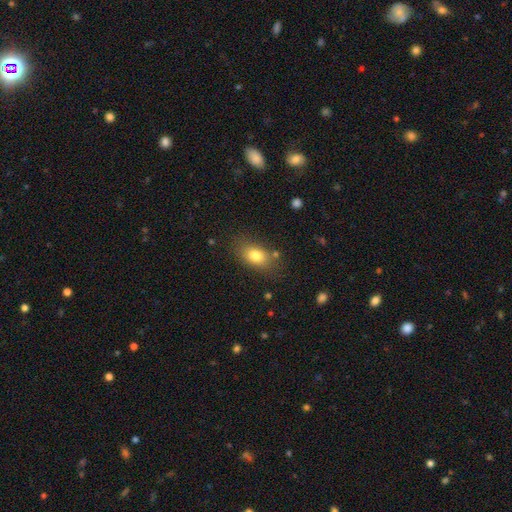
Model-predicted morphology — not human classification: Smooth or featured?
  - smooth: 78% *
  - featured or disk: 12%
  - star or artifact: 10%
How rounded?
  - in between: 81% *
  - round: 16%
  - cigar-shaped: 3%
Merging?
  - none: 75% *
  - minor disturbance: 16%
  - major disturbance: 5%
  - merger: 4%